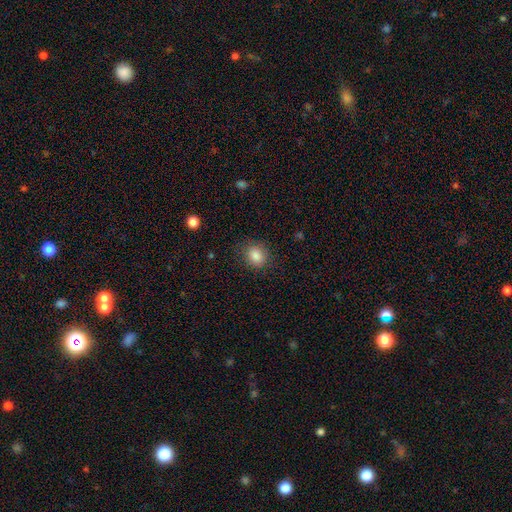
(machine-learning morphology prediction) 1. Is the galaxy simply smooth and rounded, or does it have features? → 86% smooth, 9% star or artifact, 5% featured or disk.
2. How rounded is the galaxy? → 61% round, 38% in between, 1% cigar-shaped.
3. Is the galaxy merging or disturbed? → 84% none, 11% minor disturbance, 4% major disturbance, 1% merger.